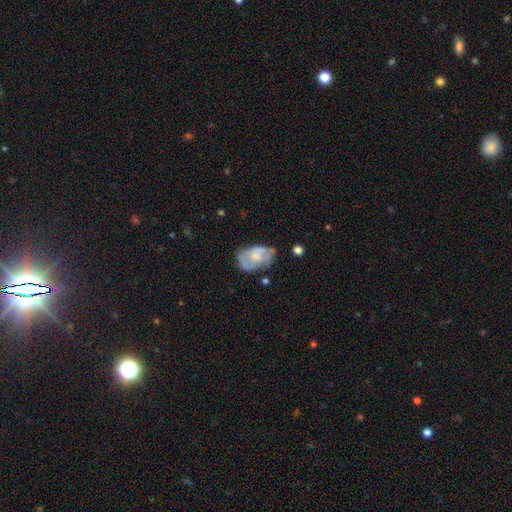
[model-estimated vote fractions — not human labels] Smooth or featured? featured or disk (53%)
Edge-on disk? no (96%)
Bar? no (65%)
Spiral arms? yes (65%)
Bulge size? moderate (40%)
Merging? none (56%)